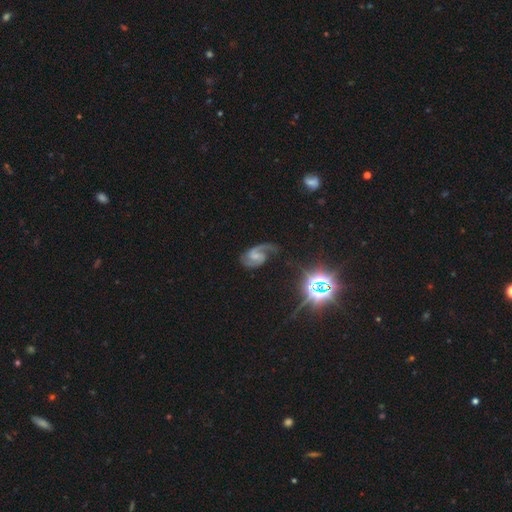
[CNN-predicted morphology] The model was most divided on "bar": weak: 46%, no: 41%, strong: 12%. Remaining: edge-on disk — no (98%); spiral arms — yes (96%); smooth or featured — featured or disk (83%); spiral arm count — 2 (76%); merging — none (59%); spiral winding — medium (52%); bulge size — small (45%).